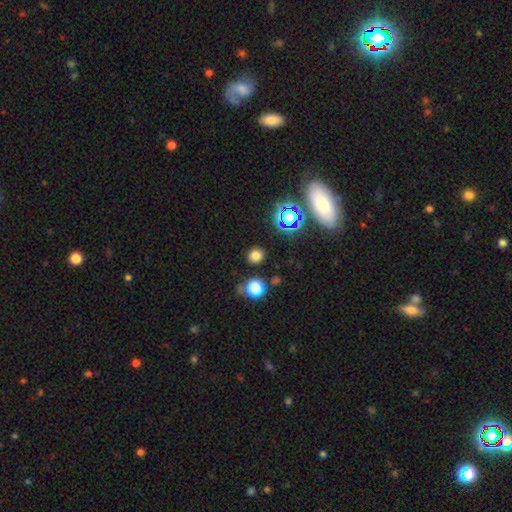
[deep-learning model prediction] smooth-or-featured: smooth: 74% | star or artifact: 20% | featured or disk: 6%
  how-rounded: round: 82% | in between: 17% | cigar-shaped: 1%
  merging: none: 87% | minor disturbance: 8% | major disturbance: 3% | merger: 3%